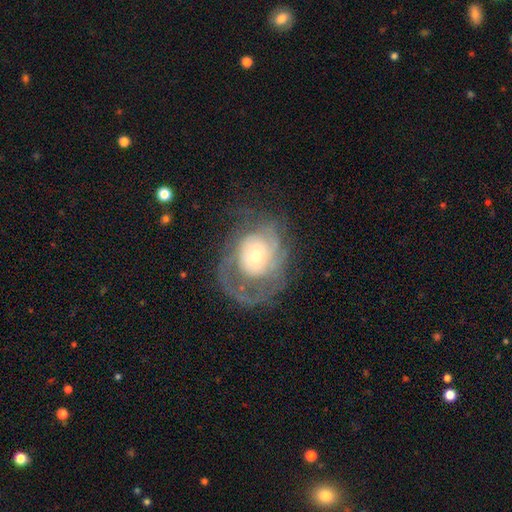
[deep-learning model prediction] Q: Smooth or featured?
A: featured or disk (74%); runner-up: smooth (19%)
Q: Edge-on disk?
A: no (97%); runner-up: yes (3%)
Q: Bar?
A: no (77%); runner-up: weak (19%)
Q: Spiral arms?
A: yes (83%); runner-up: no (17%)
Q: Spiral winding?
A: tight (42%); runner-up: medium (36%)
Q: Spiral arm count?
A: can't tell (36%); runner-up: 2 (30%)
Q: Bulge size?
A: moderate (45%); runner-up: small (38%)
Q: Merging?
A: none (49%); runner-up: major disturbance (31%)